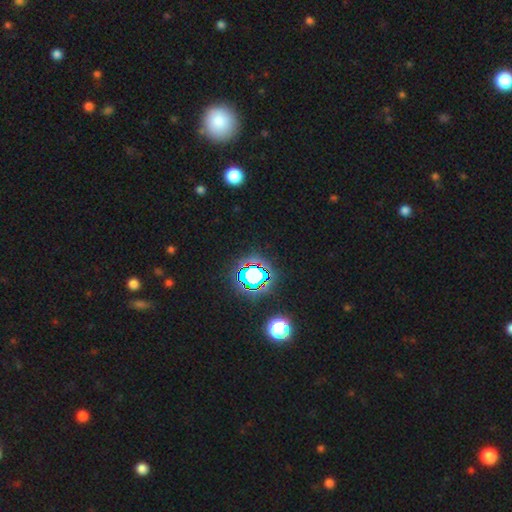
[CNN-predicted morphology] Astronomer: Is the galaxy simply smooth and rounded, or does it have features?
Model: star or artifact — 81%.